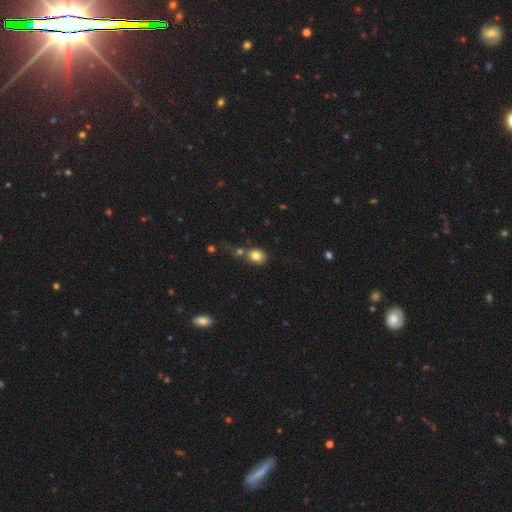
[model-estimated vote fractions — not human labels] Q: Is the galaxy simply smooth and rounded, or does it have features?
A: smooth — 80%.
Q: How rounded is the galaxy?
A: round — 58%.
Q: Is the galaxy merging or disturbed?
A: none — 56%.